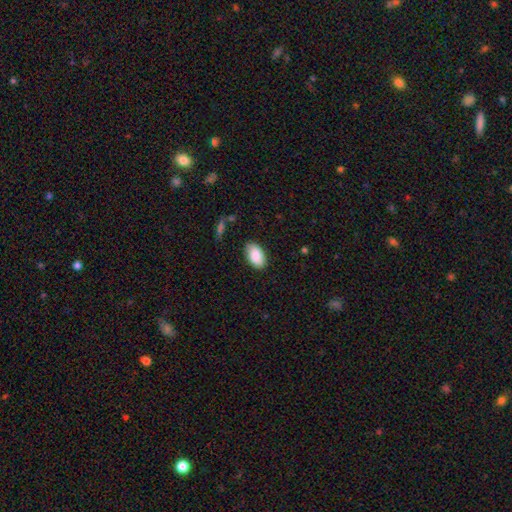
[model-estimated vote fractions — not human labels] smooth_or_featured: smooth (p=0.87) [alt: featured or disk p=0.07]
how_rounded: in between (p=0.94) [alt: round p=0.04]
merging: none (p=0.84) [alt: minor disturbance p=0.12]